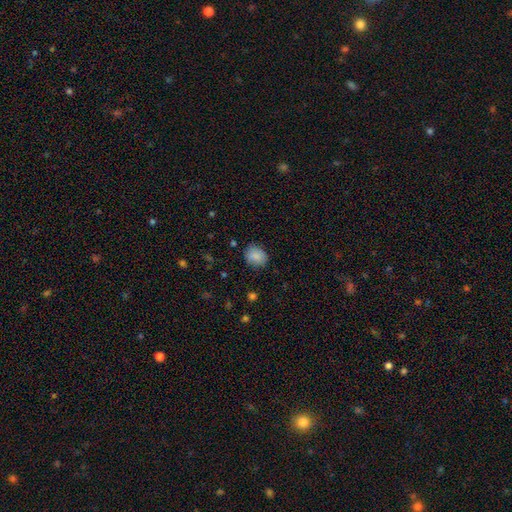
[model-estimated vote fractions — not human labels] A smooth galaxy with no disk features (86%) that is round (55%). Merging: none (80%).